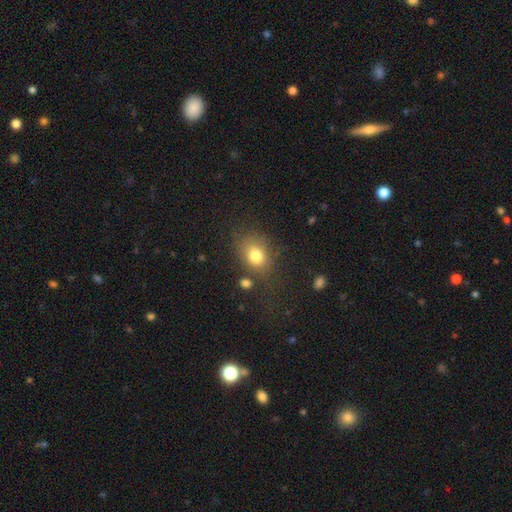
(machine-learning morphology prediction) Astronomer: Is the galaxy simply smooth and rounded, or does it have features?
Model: smooth — 79%.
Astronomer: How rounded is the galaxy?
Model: in between — 55% (runner-up: round, 43%).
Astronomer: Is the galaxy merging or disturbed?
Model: none — 68%.